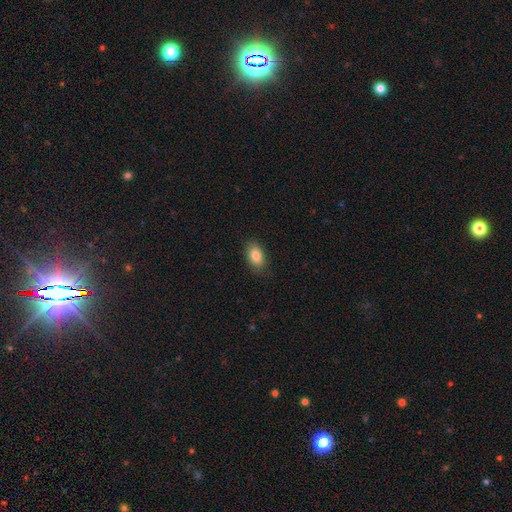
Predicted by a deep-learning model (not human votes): Morphology: type=smooth (84%); roundness=in between (91%); merging=none (84%).